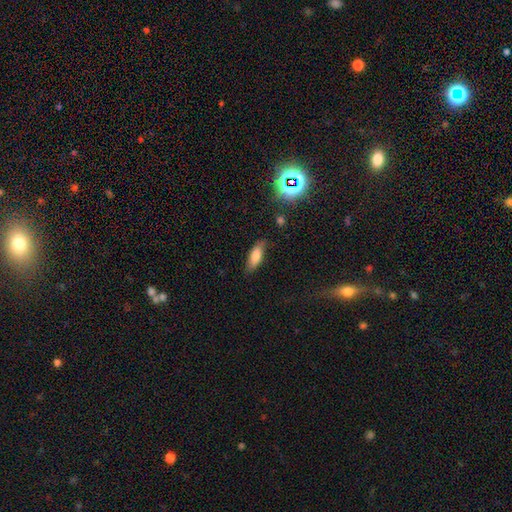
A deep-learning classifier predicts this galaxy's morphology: smooth-or-featured: smooth: 76% | featured or disk: 15% | star or artifact: 9%
  how-rounded: in between: 65% | cigar-shaped: 33% | round: 2%
  merging: none: 77% | minor disturbance: 18% | major disturbance: 4% | merger: 2%